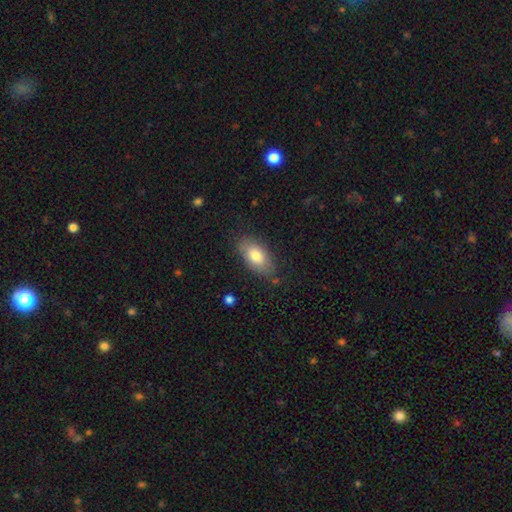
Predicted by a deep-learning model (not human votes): smooth_or_featured: smooth (p=0.78) [alt: featured or disk p=0.15]
how_rounded: in between (p=0.91) [alt: cigar-shaped p=0.05]
merging: none (p=0.76) [alt: minor disturbance p=0.18]